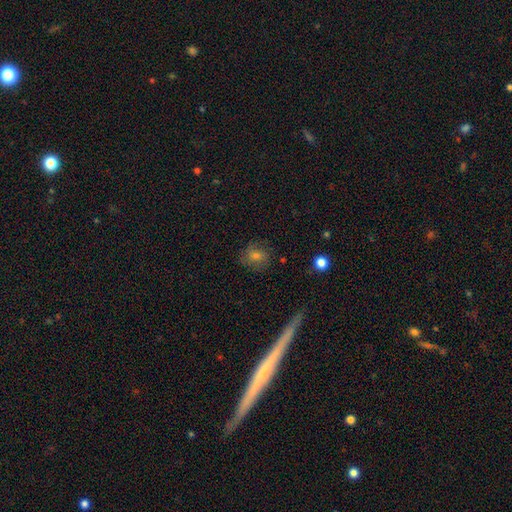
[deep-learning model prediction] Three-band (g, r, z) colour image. It shows a smooth galaxy with no disk features (54%) that is round (67%). Merging: none (78%).